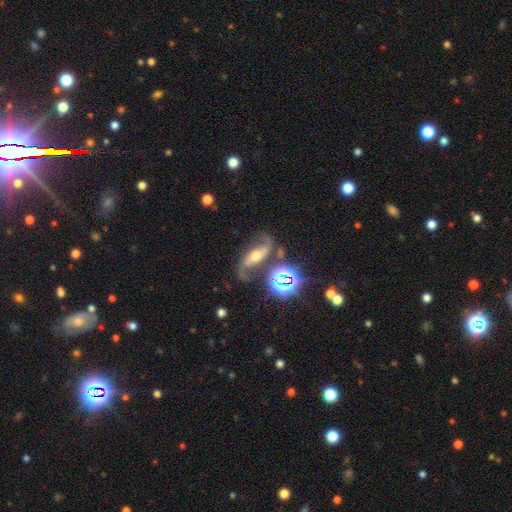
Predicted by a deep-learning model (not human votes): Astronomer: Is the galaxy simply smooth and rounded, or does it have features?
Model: featured or disk — 76%.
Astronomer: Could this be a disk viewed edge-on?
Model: no — 92%.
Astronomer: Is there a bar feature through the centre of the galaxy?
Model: no — 40% (runner-up: strong, 33%).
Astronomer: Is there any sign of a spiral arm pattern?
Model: yes — 94%.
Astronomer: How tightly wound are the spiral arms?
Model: loose — 67%.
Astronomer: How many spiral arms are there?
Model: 2 — 92%.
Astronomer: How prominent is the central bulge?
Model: moderate — 67%.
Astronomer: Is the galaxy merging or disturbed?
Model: none — 67%.